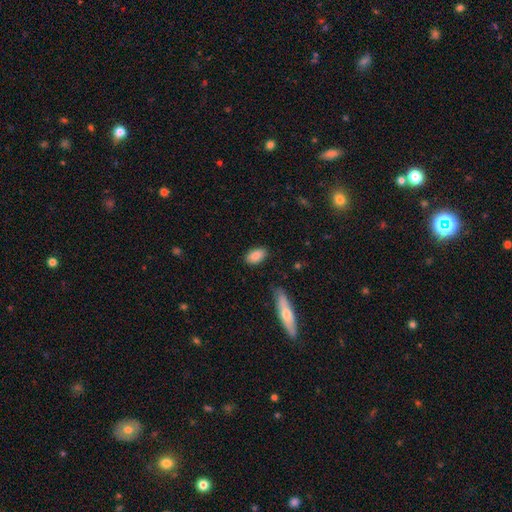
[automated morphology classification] smooth_or_featured: smooth (p=0.86) [alt: featured or disk p=0.08]
how_rounded: in between (p=0.91) [alt: round p=0.05]
merging: none (p=0.84) [alt: minor disturbance p=0.12]